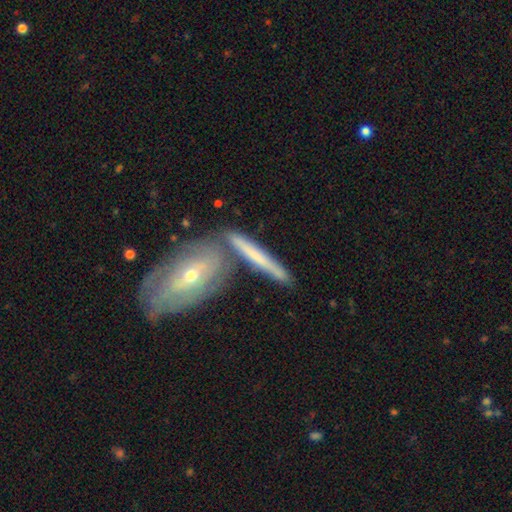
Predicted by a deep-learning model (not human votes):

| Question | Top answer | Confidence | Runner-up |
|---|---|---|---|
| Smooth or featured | featured or disk | 49% | smooth (44%) |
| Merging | none | 63% | merger (21%) |